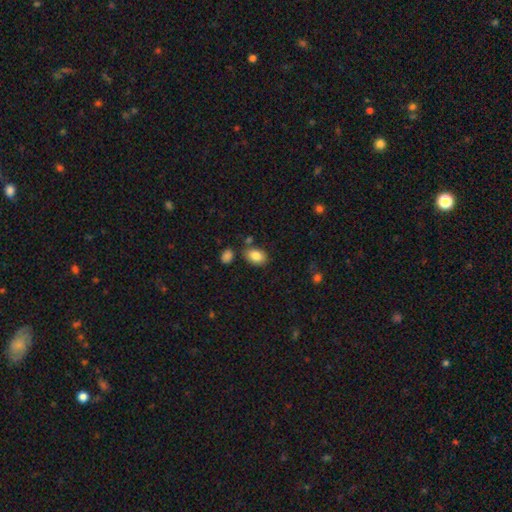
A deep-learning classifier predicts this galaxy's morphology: Smooth or featured?
  - smooth: 86% *
  - star or artifact: 8%
  - featured or disk: 7%
How rounded?
  - in between: 85% *
  - round: 14%
  - cigar-shaped: 1%
Merging?
  - none: 77% *
  - minor disturbance: 13%
  - merger: 7%
  - major disturbance: 3%